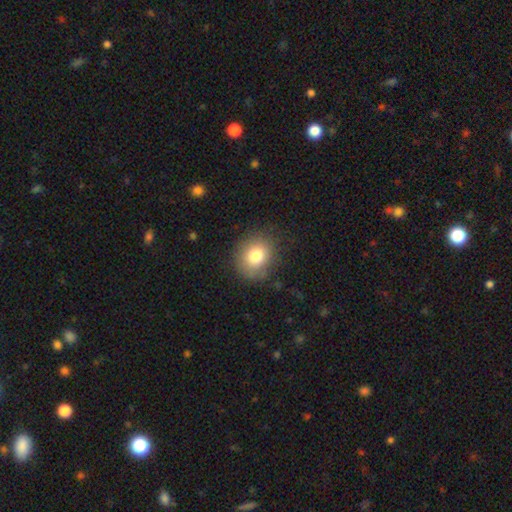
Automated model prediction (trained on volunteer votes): A smooth galaxy with no disk features (79%) that is round (66%).

Vote fractions:
- Smooth or featured? smooth: 79% / featured or disk: 10% / star or artifact: 10%
- How rounded? round: 66% / in between: 33% / cigar-shaped: 1%
- Merging? none: 82% / minor disturbance: 12% / major disturbance: 4% / merger: 1%